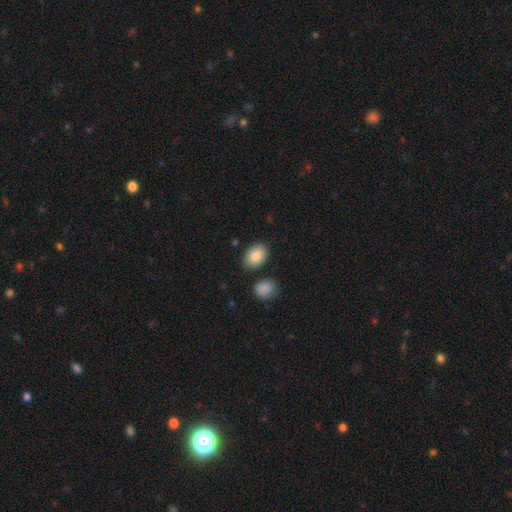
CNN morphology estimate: Smooth or featured? smooth (86%)
How rounded? in between (83%)
Merging? none (80%)